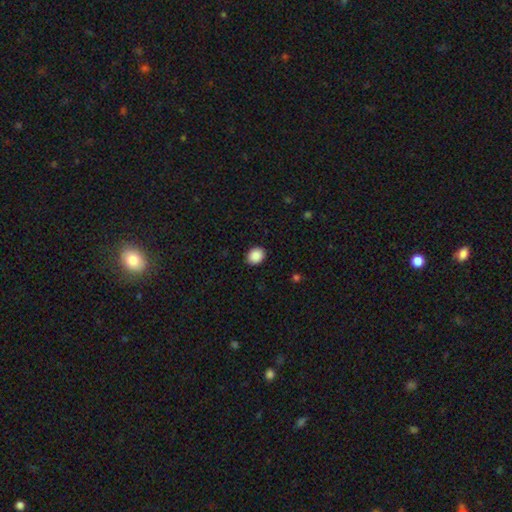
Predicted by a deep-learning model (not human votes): Smooth or featured: smooth — 89% (star or artifact — 8%)
How rounded: round — 58% (in between — 41%)
Merging: none — 90% (minor disturbance — 7%)